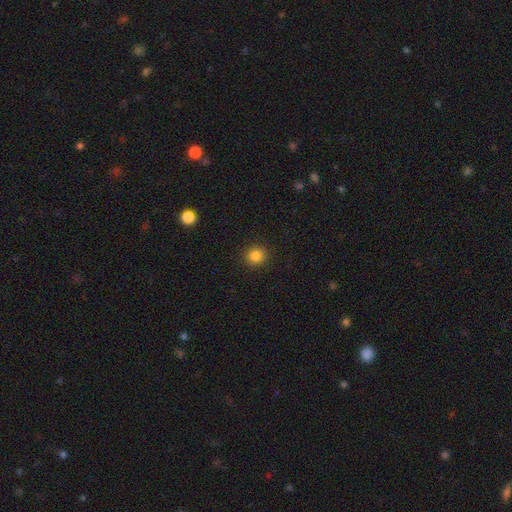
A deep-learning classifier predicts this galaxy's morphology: Overall: smooth (84%). How rounded: round (90%). Merging: none (91%).